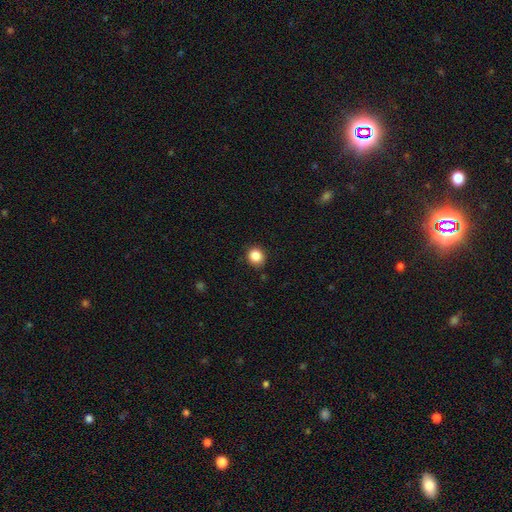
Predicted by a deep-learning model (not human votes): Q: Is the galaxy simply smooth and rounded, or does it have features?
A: smooth — 86%.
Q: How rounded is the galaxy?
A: round — 80%.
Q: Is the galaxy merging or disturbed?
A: none — 86%.